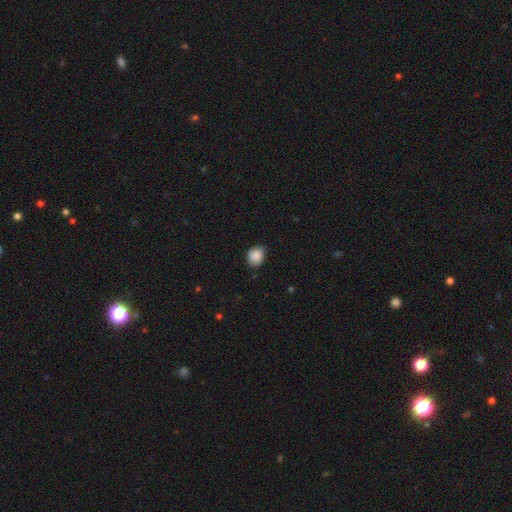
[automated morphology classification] smooth_or_featured: smooth (p=0.87) [alt: star or artifact p=0.08]
how_rounded: round (p=0.61) [alt: in between p=0.39]
merging: none (p=0.73) [alt: minor disturbance p=0.23]